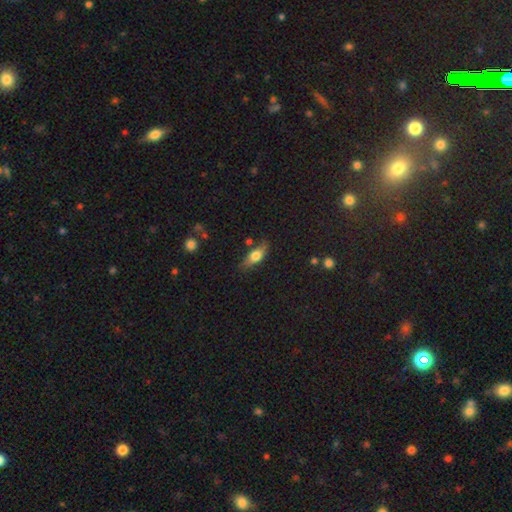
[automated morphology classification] Smooth or featured? smooth (66%)
How rounded? in between (72%)
Merging? none (72%)